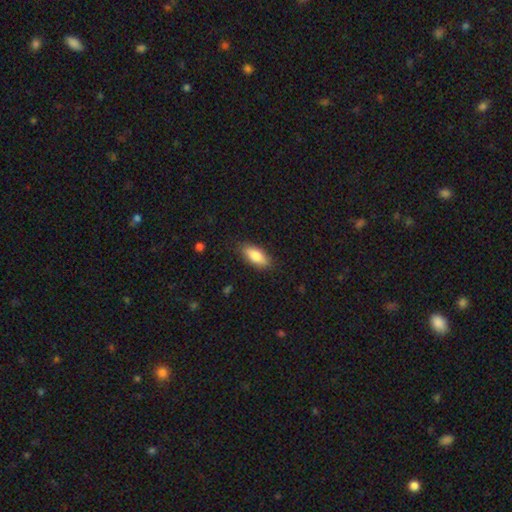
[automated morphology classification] smooth_or_featured: smooth (p=0.82) [alt: featured or disk p=0.11]
how_rounded: in between (p=0.84) [alt: cigar-shaped p=0.13]
merging: none (p=0.85) [alt: minor disturbance p=0.11]